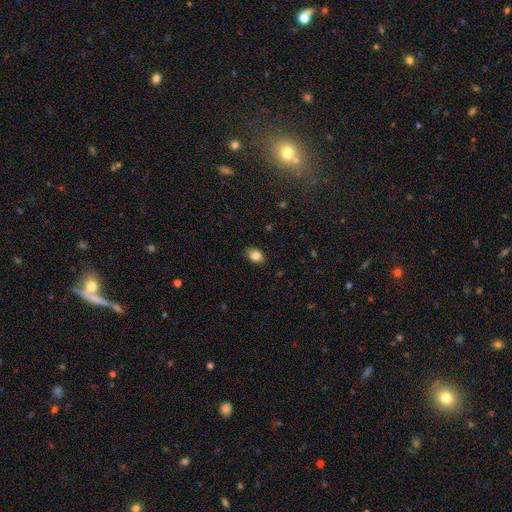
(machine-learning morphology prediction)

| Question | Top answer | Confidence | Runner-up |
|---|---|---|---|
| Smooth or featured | smooth | 84% | star or artifact (9%) |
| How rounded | in between | 77% | round (22%) |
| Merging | none | 86% | minor disturbance (11%) |